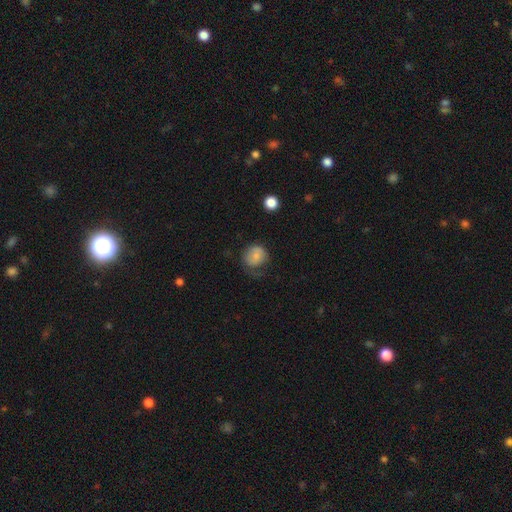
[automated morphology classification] smooth-or-featured: smooth: 76% | featured or disk: 15% | star or artifact: 9%
  how-rounded: round: 78% | in between: 21% | cigar-shaped: 1%
  merging: none: 49% | minor disturbance: 29% | major disturbance: 20% | merger: 2%